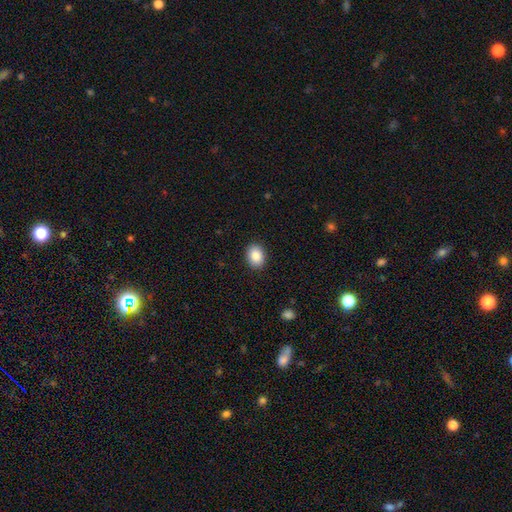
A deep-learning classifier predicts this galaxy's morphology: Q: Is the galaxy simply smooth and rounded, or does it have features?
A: smooth — 88%.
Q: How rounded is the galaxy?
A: in between — 64%.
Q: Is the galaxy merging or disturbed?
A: none — 90%.